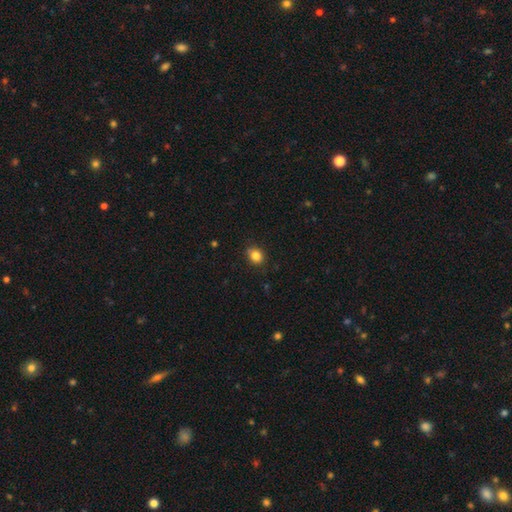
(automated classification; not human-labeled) This appears to be a smooth galaxy with no disk features (85%) that is round (58%). Merging: none (83%).